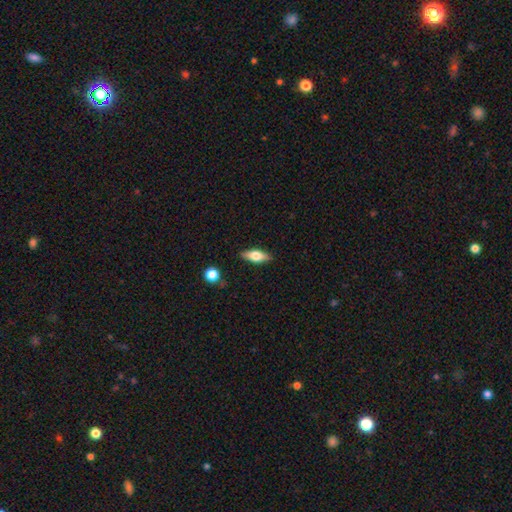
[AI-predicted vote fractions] smooth 61%, featured or disk 32%, star or artifact 7%. Down the decision tree: how rounded — in between (71%); merging — none (86%).